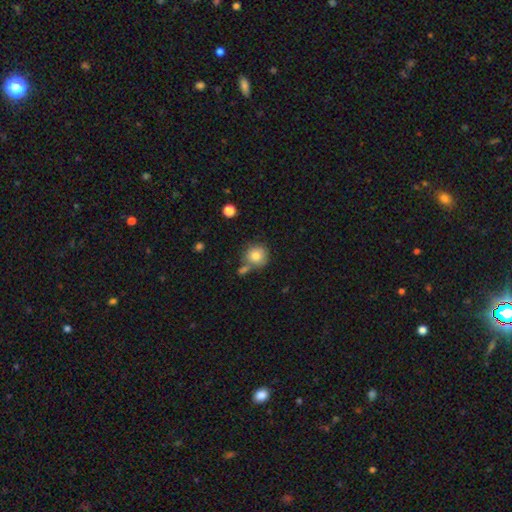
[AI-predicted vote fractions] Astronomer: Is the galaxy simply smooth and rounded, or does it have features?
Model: smooth — 81%.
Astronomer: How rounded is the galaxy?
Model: round — 91%.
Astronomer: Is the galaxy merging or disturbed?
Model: none — 62%.